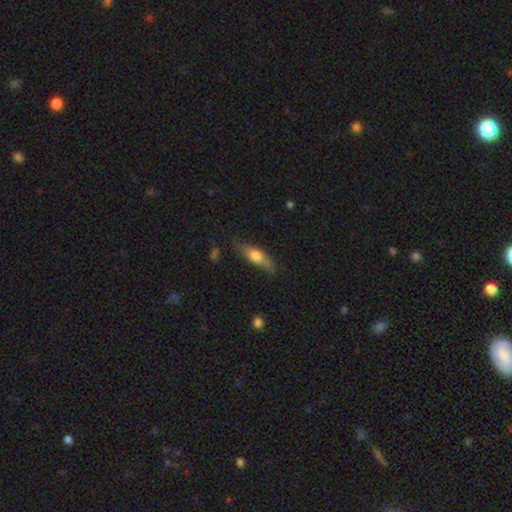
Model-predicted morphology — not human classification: smooth-or-featured: smooth: 59% | featured or disk: 34% | star or artifact: 6%
  how-rounded: cigar-shaped: 51% | in between: 45% | round: 4%
  merging: none: 76% | minor disturbance: 18% | major disturbance: 4% | merger: 2%